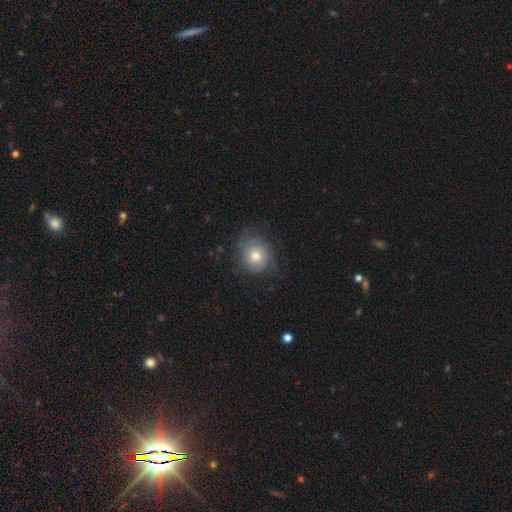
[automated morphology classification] Smooth or featured? Predicted: smooth (p=0.45, tied with featured or disk). Merging? Predicted: none (p=0.64).